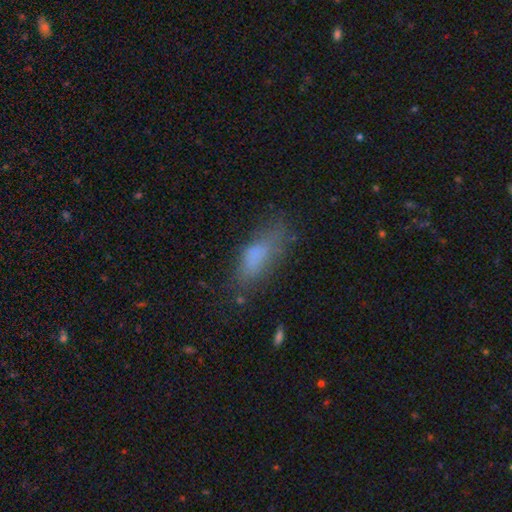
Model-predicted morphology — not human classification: Q: Smooth or featured?
A: smooth (72%); runner-up: featured or disk (17%)
Q: How rounded?
A: in between (66%); runner-up: cigar-shaped (31%)
Q: Merging?
A: none (55%); runner-up: minor disturbance (26%)